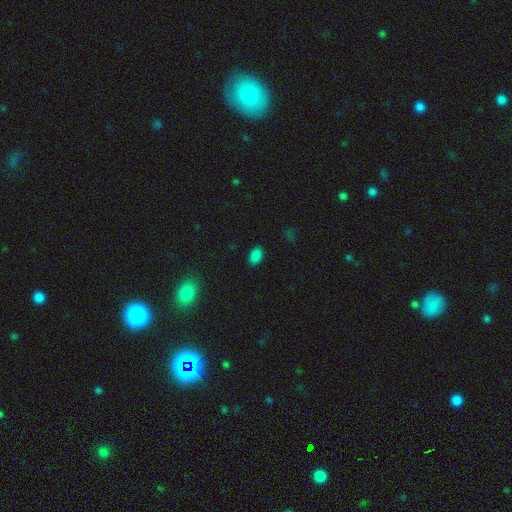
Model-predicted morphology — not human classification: The model was most divided on "smooth or featured": smooth: 84%, star or artifact: 13%, featured or disk: 3%. More confident: how rounded — in between (88%); merging — none (88%).